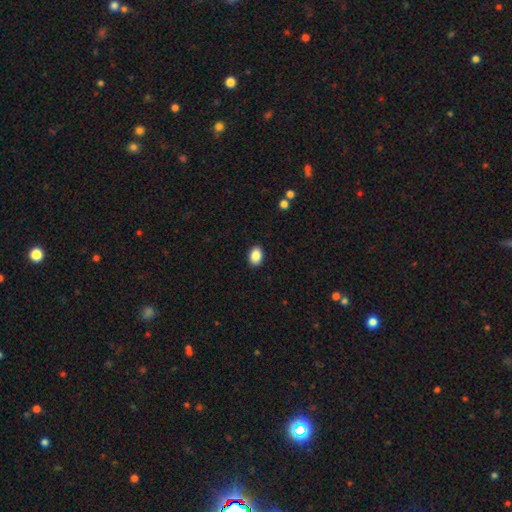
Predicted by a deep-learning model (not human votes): Smooth or featured? smooth (88%)
How rounded? in between (83%)
Merging? none (90%)